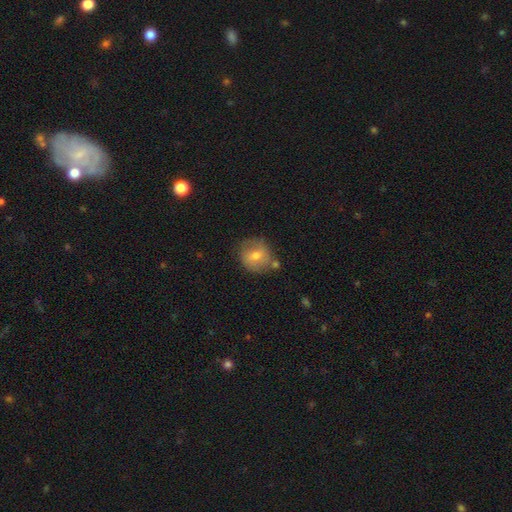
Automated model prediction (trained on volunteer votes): smooth_or_featured: smooth (p=0.66) [alt: featured or disk p=0.25]
how_rounded: round (p=0.84) [alt: in between p=0.15]
merging: none (p=0.67) [alt: minor disturbance p=0.18]